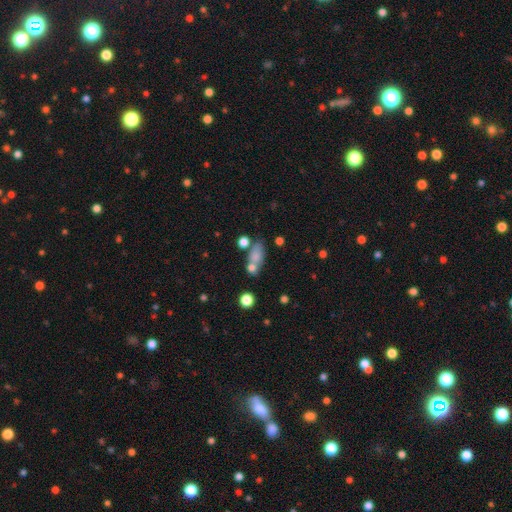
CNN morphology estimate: smooth_or_featured: smooth (p=0.72) [alt: featured or disk p=0.16]
how_rounded: in between (p=0.74) [alt: round p=0.14]
merging: none (p=0.47) [alt: merger p=0.27]